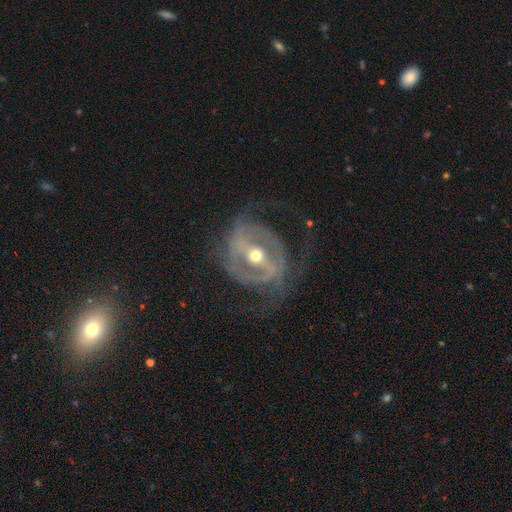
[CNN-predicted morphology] Smooth or featured?
  - featured or disk: 85% *
  - smooth: 9%
  - star or artifact: 6%
Edge-on disk?
  - no: 95% *
  - yes: 5%
Bar?
  - strong: 52% *
  - weak: 30%
  - no: 17%
Spiral arms?
  - yes: 76% *
  - no: 24%
Spiral winding?
  - medium: 41% *
  - tight: 33%
  - loose: 26%
Spiral arm count?
  - 2: 61% *
  - can't tell: 19%
  - 3: 8%
  - 1: 7%
  - 4: 3%
  - more than 4: 3%
Bulge size?
  - moderate: 72% *
  - small: 22%
  - large: 5%
  - dominant: 1%
  - none: 1%
Merging?
  - none: 59% *
  - major disturbance: 21%
  - minor disturbance: 18%
  - merger: 2%